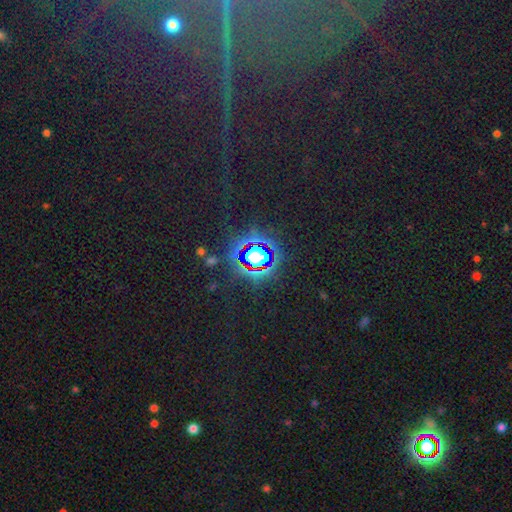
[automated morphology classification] type=star or artifact (85%).